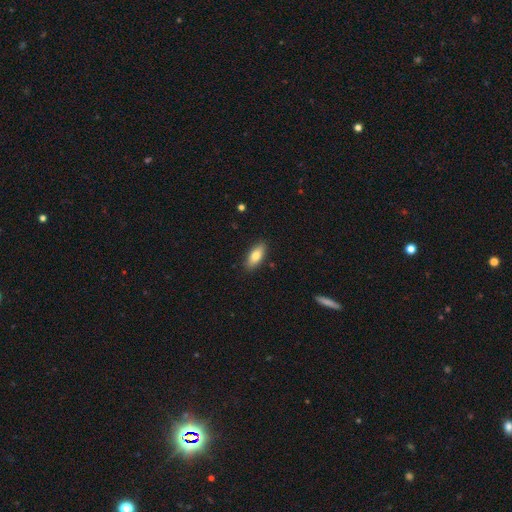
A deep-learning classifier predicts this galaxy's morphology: A smooth galaxy with no disk features (78%) that is in between round and cigar-shaped (79%). Merging: none (88%).